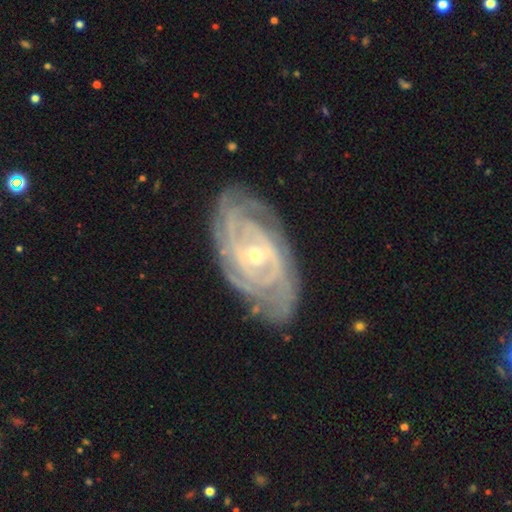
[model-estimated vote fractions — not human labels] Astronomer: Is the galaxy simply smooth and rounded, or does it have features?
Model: featured or disk — 90%.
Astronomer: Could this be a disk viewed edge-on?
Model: no — 95%.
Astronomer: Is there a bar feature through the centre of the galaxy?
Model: no — 54% (runner-up: weak, 31%).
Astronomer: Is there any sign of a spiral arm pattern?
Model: yes — 98%.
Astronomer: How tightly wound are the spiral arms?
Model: tight — 80%.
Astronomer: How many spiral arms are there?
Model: can't tell — 25% (runner-up: 3, 21%).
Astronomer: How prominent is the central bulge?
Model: small — 59% (runner-up: moderate, 38%).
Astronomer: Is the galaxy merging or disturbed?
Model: none — 79%.